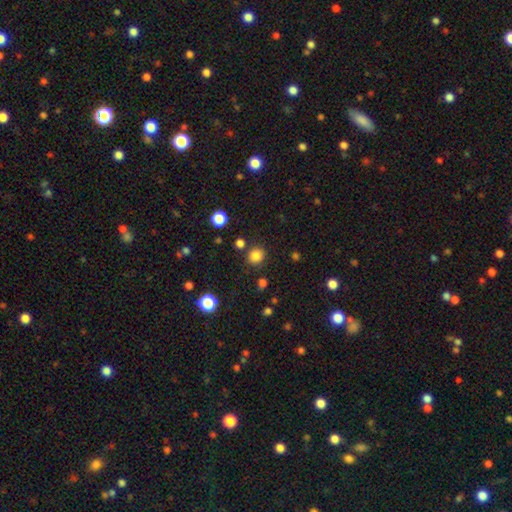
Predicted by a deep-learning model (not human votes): smooth-or-featured: smooth: 83% | star or artifact: 13% | featured or disk: 4%
  how-rounded: round: 85% | in between: 14% | cigar-shaped: 1%
  merging: none: 85% | minor disturbance: 8% | merger: 4% | major disturbance: 3%